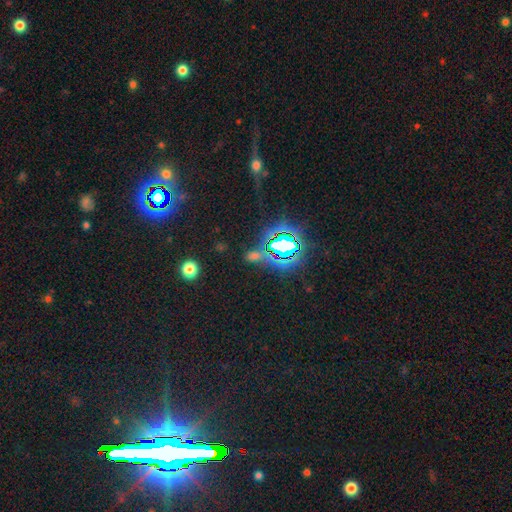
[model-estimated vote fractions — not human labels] Smooth or featured? star or artifact (62%)